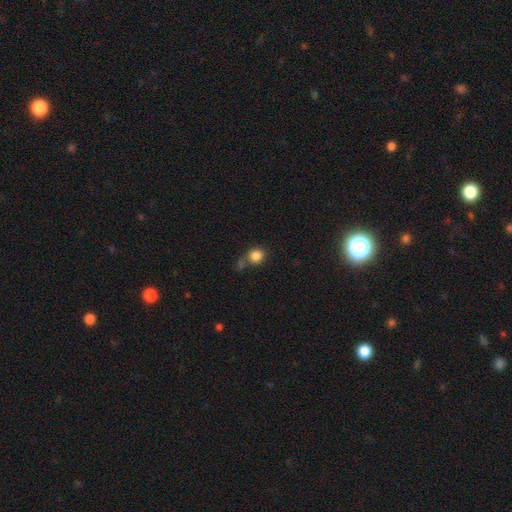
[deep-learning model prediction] Overall: smooth (85%). How rounded: round (83%). Merging: none (60%; merger 20%).